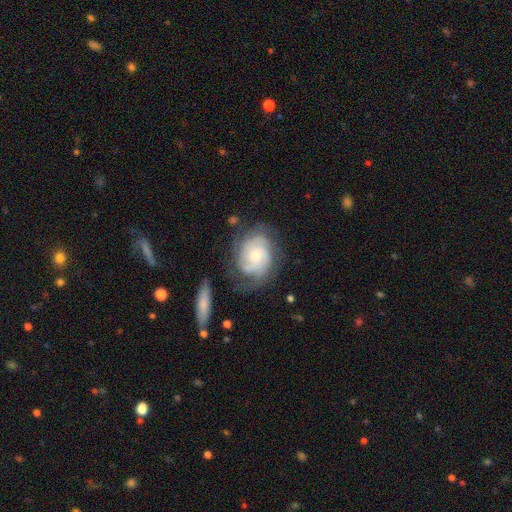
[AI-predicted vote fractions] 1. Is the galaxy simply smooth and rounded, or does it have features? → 76% featured or disk, 18% smooth, 6% star or artifact.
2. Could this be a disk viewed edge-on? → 97% no, 3% yes.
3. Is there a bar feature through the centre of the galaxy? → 71% no, 25% weak, 4% strong.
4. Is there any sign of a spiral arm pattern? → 94% yes, 6% no.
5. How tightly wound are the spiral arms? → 59% tight, 32% medium, 9% loose.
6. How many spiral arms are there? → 29% can't tell, 26% 2, 26% 3, 10% 4, 5% 1, 4% more than 4.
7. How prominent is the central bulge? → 50% small, 41% moderate, 6% large, 3% none, 1% dominant.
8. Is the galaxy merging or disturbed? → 62% none, 21% minor disturbance, 13% major disturbance, 4% merger.